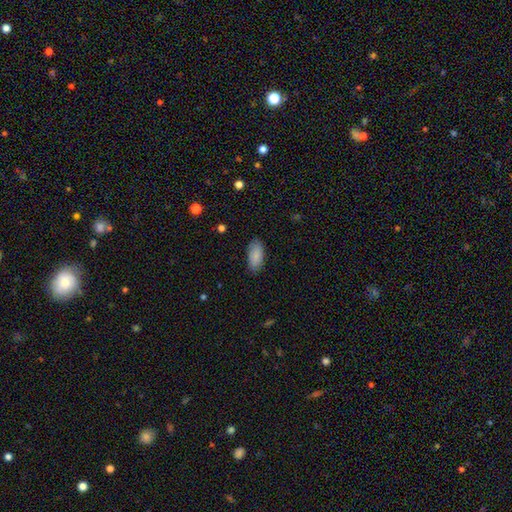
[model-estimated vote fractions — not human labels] Smooth or featured? smooth (88%)
How rounded? in between (91%)
Merging? none (86%)